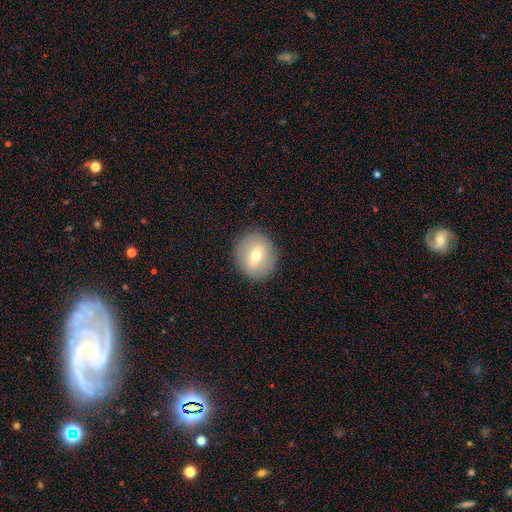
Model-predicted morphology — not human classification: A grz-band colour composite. It shows a smooth galaxy with no disk features (58%) that is round (79%). Merging: none (87%).